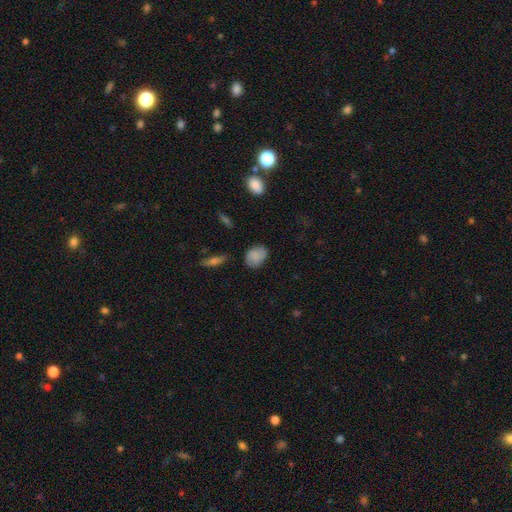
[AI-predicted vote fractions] Smooth or featured? smooth (78%)
How rounded? in between (70%)
Merging? none (76%)